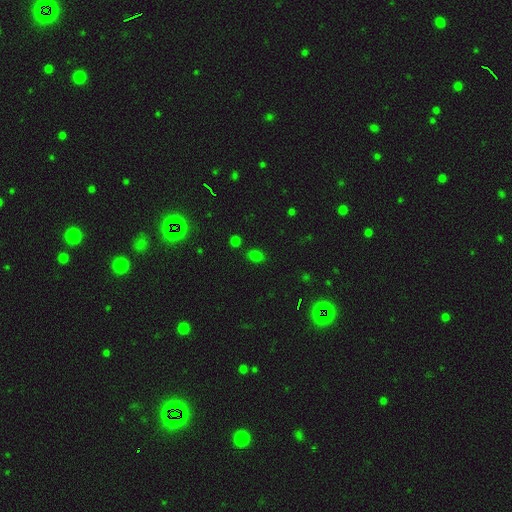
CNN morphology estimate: Q: Smooth or featured?
A: smooth (71%); runner-up: star or artifact (24%)
Q: How rounded?
A: in between (62%); runner-up: round (37%)
Q: Merging?
A: none (82%); runner-up: minor disturbance (11%)